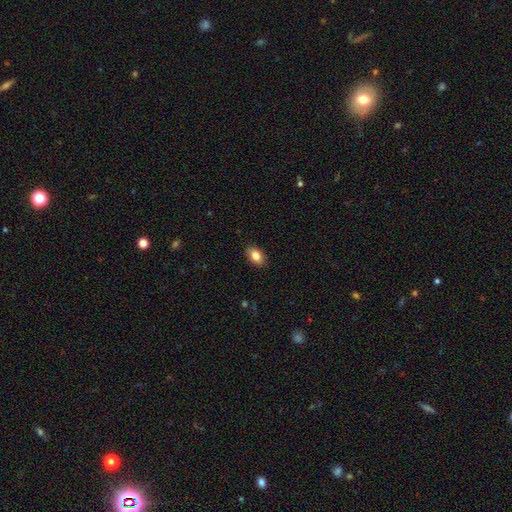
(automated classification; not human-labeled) Q: Smooth or featured?
A: smooth (85%); runner-up: star or artifact (8%)
Q: How rounded?
A: in between (88%); runner-up: round (10%)
Q: Merging?
A: none (89%); runner-up: minor disturbance (8%)